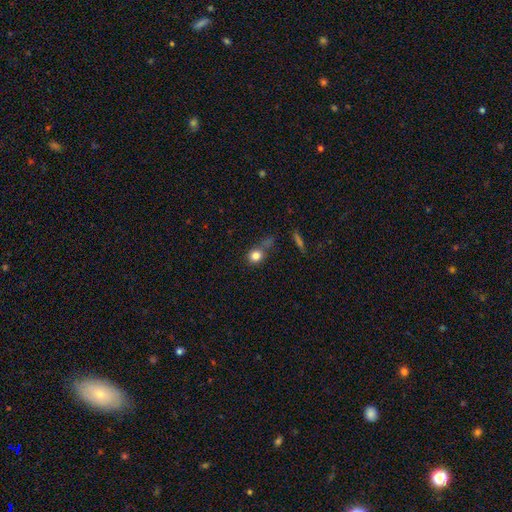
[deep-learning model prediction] Smooth or featured?
  - smooth: 80% *
  - star or artifact: 11%
  - featured or disk: 8%
How rounded?
  - round: 79% *
  - in between: 19%
  - cigar-shaped: 2%
Merging?
  - none: 53% *
  - merger: 20%
  - minor disturbance: 17%
  - major disturbance: 10%